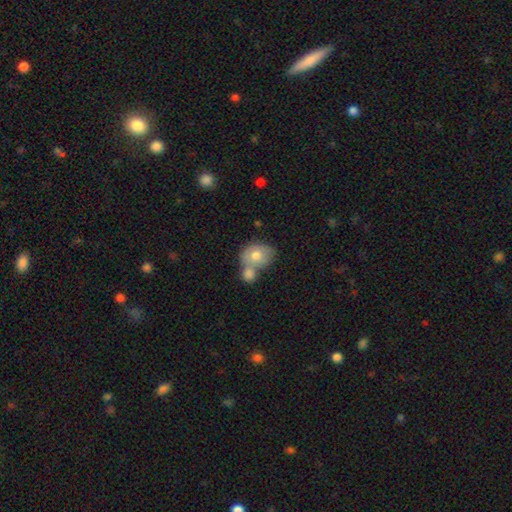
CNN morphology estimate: A smooth galaxy with no disk features (72%) that is round (56%).

Vote fractions:
- Smooth or featured? smooth: 72% / featured or disk: 20% / star or artifact: 7%
- How rounded? round: 56% / in between: 43% / cigar-shaped: 1%
- Merging? merger: 54% / none: 30% / minor disturbance: 11% / major disturbance: 5%